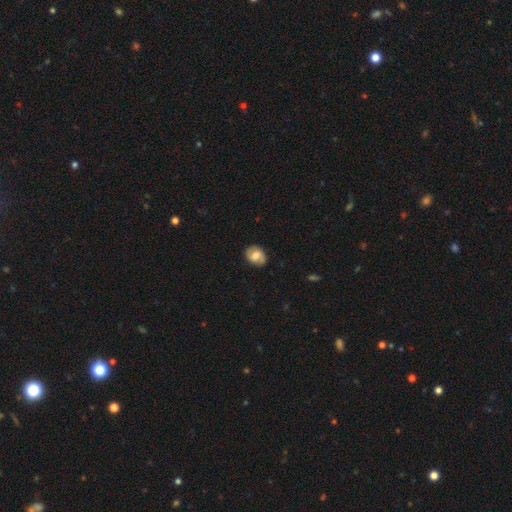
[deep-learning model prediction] Smooth or featured: smooth — 47% (featured or disk — 45%)
Merging: none — 80% (minor disturbance — 15%)